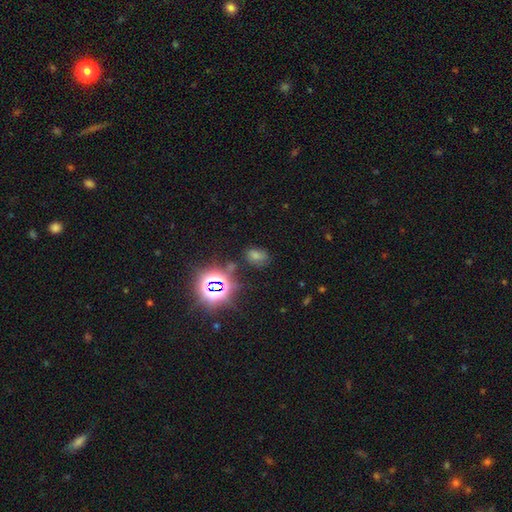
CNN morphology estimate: Smooth or featured: star or artifact — 53% (smooth — 36%)